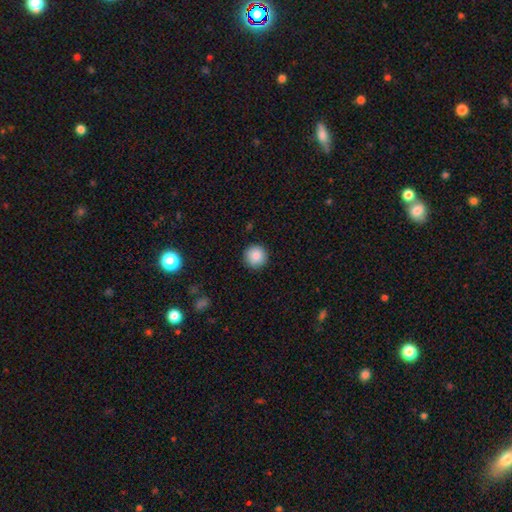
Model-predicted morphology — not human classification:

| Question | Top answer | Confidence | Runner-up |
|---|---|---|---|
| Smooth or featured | smooth | 88% | star or artifact (8%) |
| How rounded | round | 96% | in between (3%) |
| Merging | none | 92% | minor disturbance (5%) |